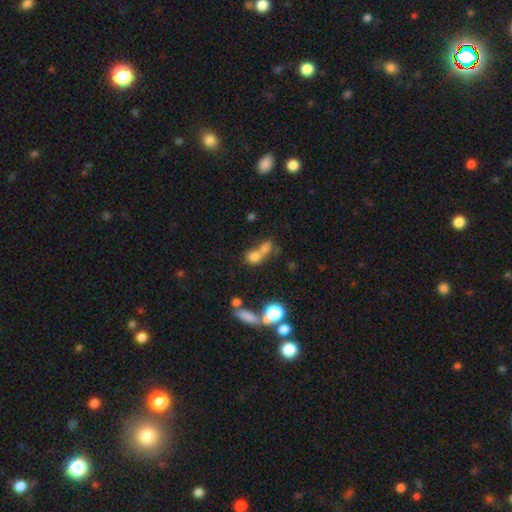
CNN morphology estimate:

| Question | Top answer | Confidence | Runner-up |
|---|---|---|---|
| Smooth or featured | smooth | 66% | star or artifact (19%) |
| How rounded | round | 56% | in between (38%) |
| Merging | merger | 58% | none (29%) |